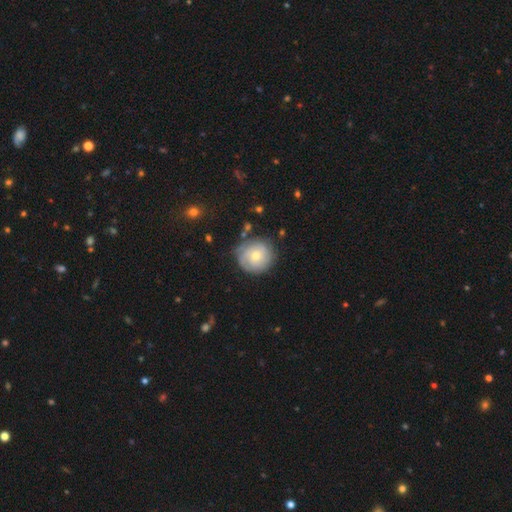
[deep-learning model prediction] Overall: featured or disk (52%; smooth 40%). Edge-on disk: no (97%). Bar: no (80%). Spiral arms: yes (79%). Bulge size: moderate (52%; small 44%). Merging: none (76%).